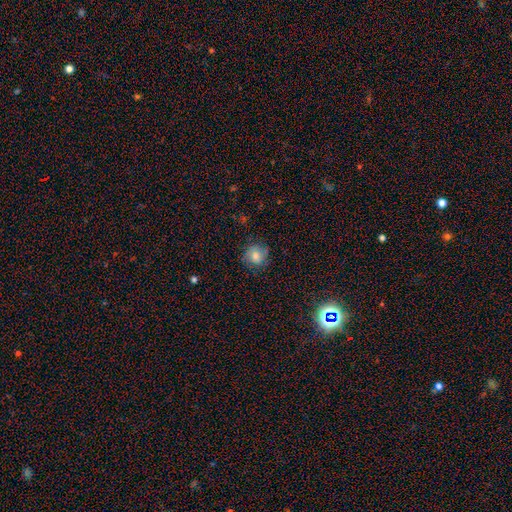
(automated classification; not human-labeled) smooth 76%, featured or disk 13%, star or artifact 11%. Down the decision tree: how rounded — round (87%); merging — none (79%).